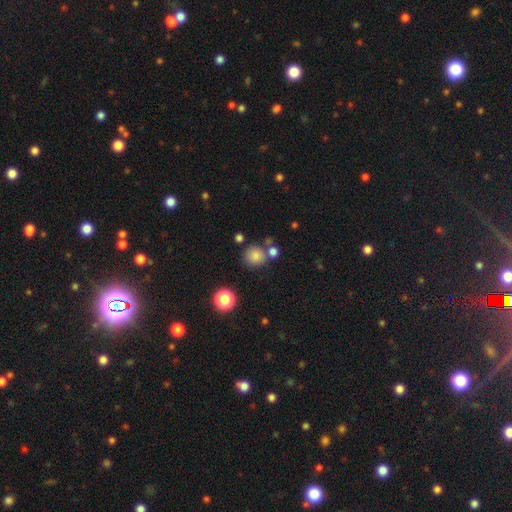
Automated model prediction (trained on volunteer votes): A smooth galaxy with no disk features (81%) that is round (88%).

Vote fractions:
- Smooth or featured? smooth: 81% / star or artifact: 13% / featured or disk: 6%
- How rounded? round: 88% / in between: 12% / cigar-shaped: 1%
- Merging? none: 70% / merger: 16% / minor disturbance: 10% / major disturbance: 4%